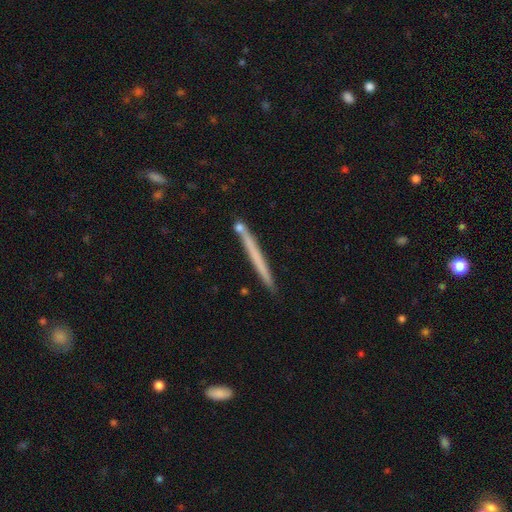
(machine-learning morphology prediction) smooth_or_featured: smooth (p=0.53) [alt: featured or disk p=0.41]
how_rounded: cigar-shaped (p=0.97) [alt: in between p=0.01]
merging: none (p=0.84) [alt: minor disturbance p=0.09]